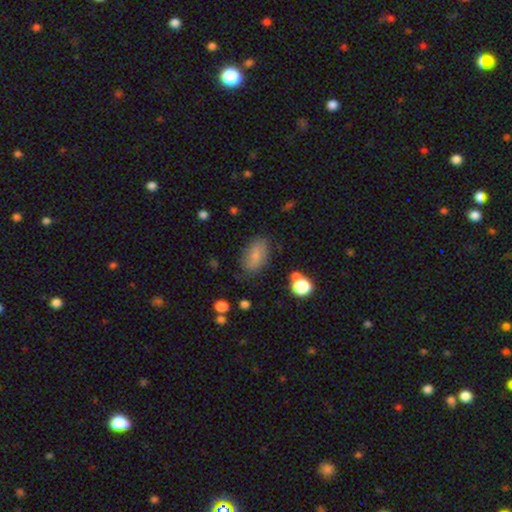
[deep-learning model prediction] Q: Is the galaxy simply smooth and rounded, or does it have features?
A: smooth — 75%.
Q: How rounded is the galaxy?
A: in between — 89%.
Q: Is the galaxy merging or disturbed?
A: none — 75%.